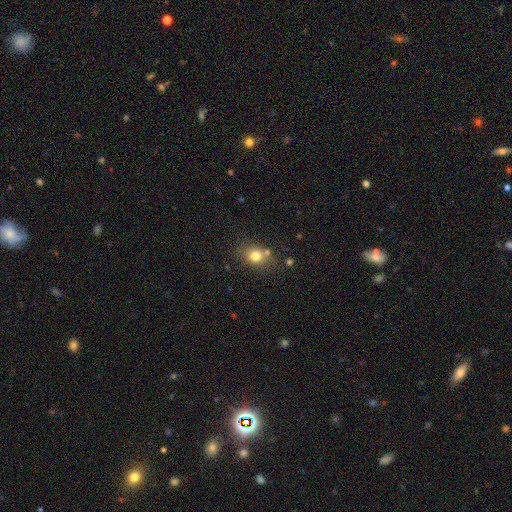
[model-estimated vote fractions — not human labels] The model was most divided on "how rounded": in between: 54%, round: 45%, cigar-shaped: 1%. More confident: smooth or featured — smooth (77%); merging — none (69%).